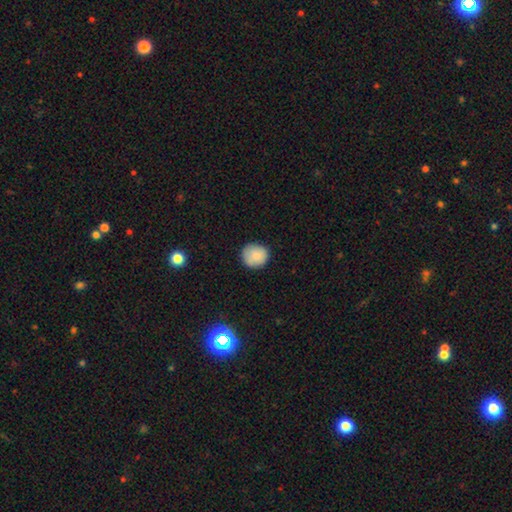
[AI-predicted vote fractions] A smooth galaxy with no disk features (86%) that is round (90%). Merging: none (86%).